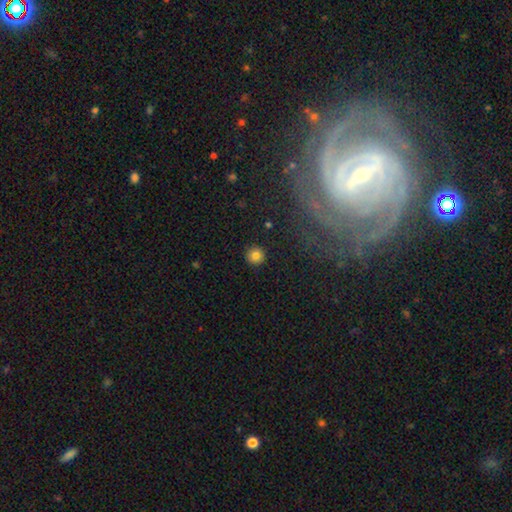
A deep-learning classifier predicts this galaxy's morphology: Smooth or featured?
  - smooth: 82% *
  - star or artifact: 11%
  - featured or disk: 7%
How rounded?
  - round: 95% *
  - in between: 4%
  - cigar-shaped: 1%
Merging?
  - none: 92% *
  - minor disturbance: 6%
  - major disturbance: 2%
  - merger: 1%